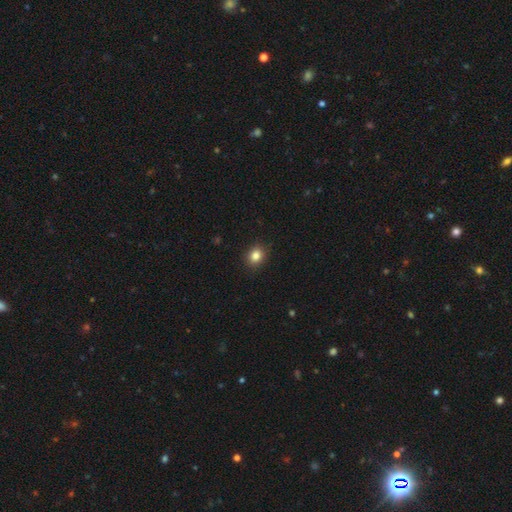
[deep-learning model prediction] smooth 84%, star or artifact 11%, featured or disk 5%. Down the decision tree: how rounded — round (61%); merging — none (89%).